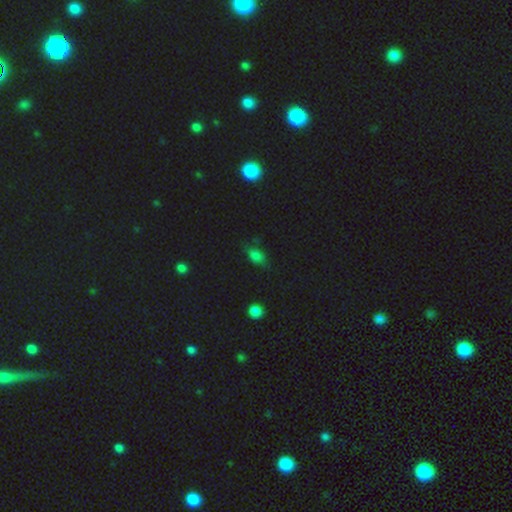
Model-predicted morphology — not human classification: Smooth or featured?
  - smooth: 68% *
  - star or artifact: 22%
  - featured or disk: 10%
How rounded?
  - in between: 79% *
  - round: 15%
  - cigar-shaped: 6%
Merging?
  - none: 69% *
  - minor disturbance: 22%
  - major disturbance: 7%
  - merger: 2%